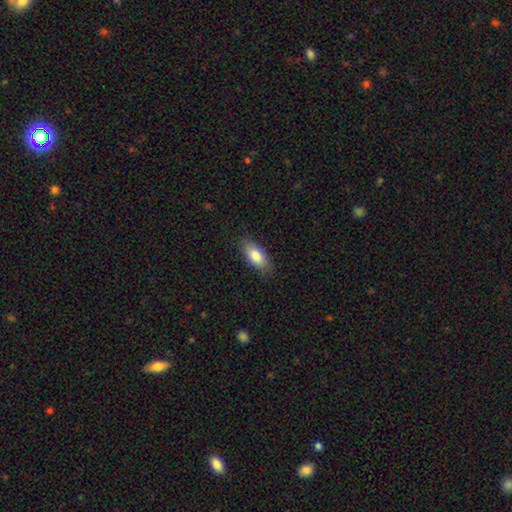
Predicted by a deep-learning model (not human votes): Smooth or featured: smooth — 83% (featured or disk — 10%)
How rounded: in between — 83% (cigar-shaped — 14%)
Merging: none — 85% (minor disturbance — 11%)